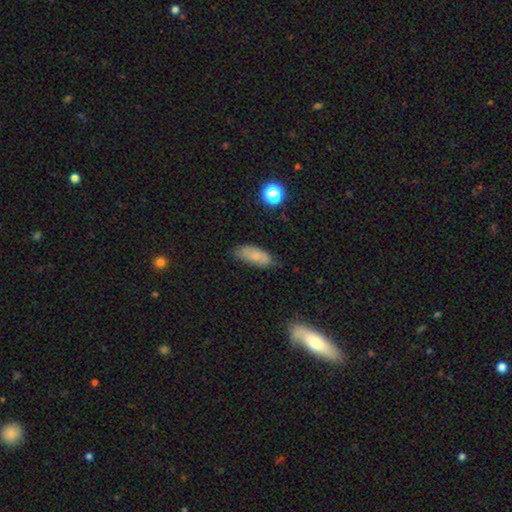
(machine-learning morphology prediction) This is likely a smooth galaxy (70%). How rounded: clearly in between (83%). Merging: likely none (68%).